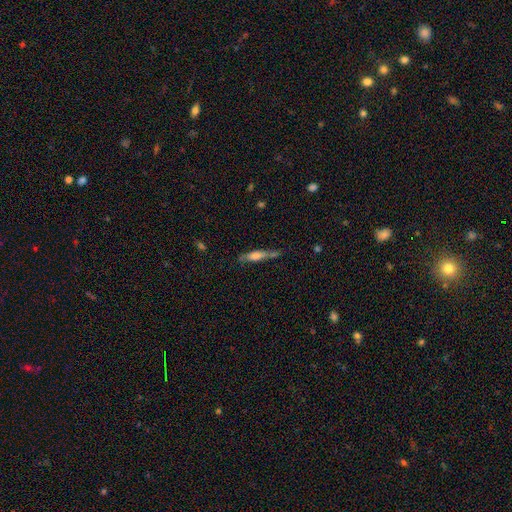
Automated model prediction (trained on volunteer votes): smooth 54%, featured or disk 38%, star or artifact 8%. Down the decision tree: how rounded — cigar-shaped (77%); merging — none (58%).